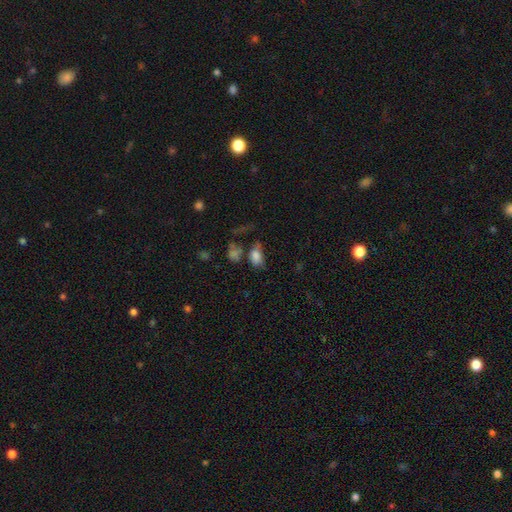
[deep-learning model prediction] This appears to be a smooth galaxy with no disk features (76%) that is in between round and cigar-shaped (86%). Merging: none (39%).